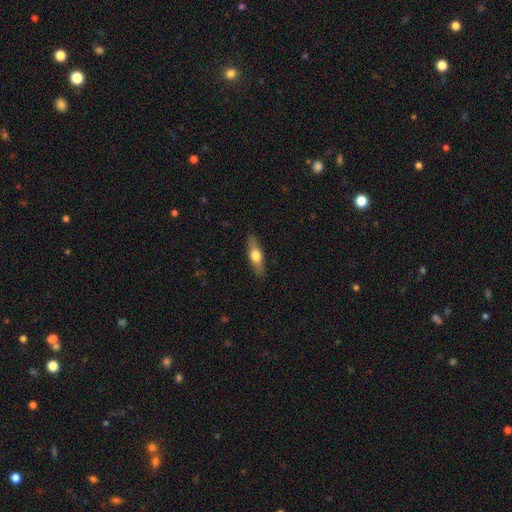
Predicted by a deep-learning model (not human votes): Q: Smooth or featured?
A: smooth (57%); runner-up: featured or disk (37%)
Q: How rounded?
A: cigar-shaped (48%); tied with: in between (48%)
Q: Merging?
A: none (87%); runner-up: minor disturbance (9%)